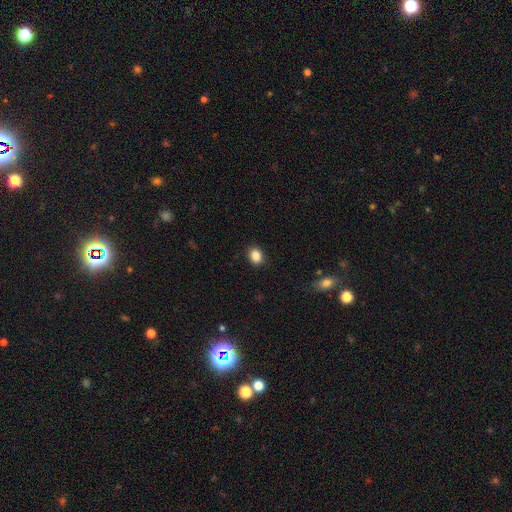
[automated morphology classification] Overall: smooth (87%). How rounded: in between (61%; round 38%). Merging: none (89%).